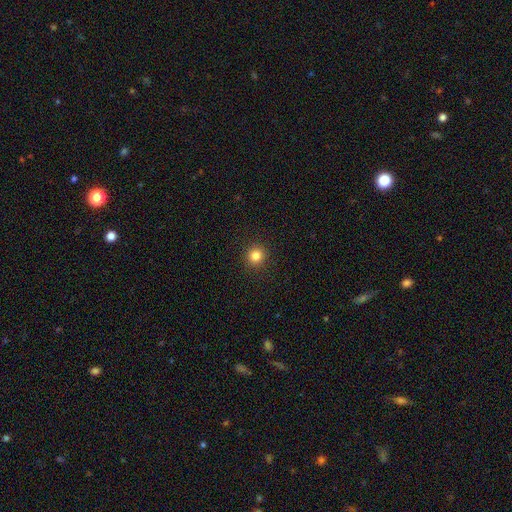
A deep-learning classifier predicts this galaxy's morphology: Smooth or featured? smooth (82%)
How rounded? round (93%)
Merging? none (92%)